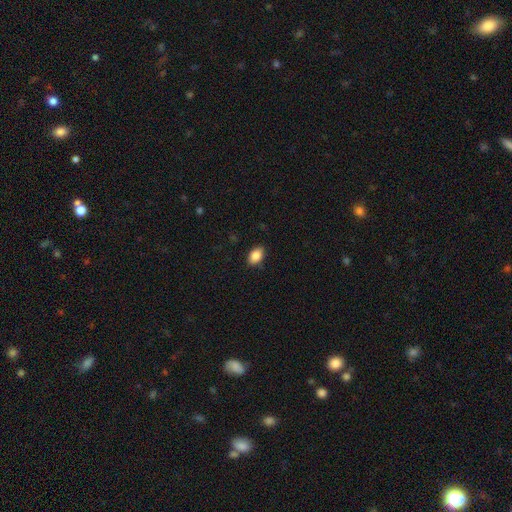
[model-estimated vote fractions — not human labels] Smooth or featured?
  - smooth: 87% *
  - star or artifact: 8%
  - featured or disk: 5%
How rounded?
  - in between: 88% *
  - round: 10%
  - cigar-shaped: 2%
Merging?
  - none: 86% *
  - minor disturbance: 11%
  - major disturbance: 2%
  - merger: 1%